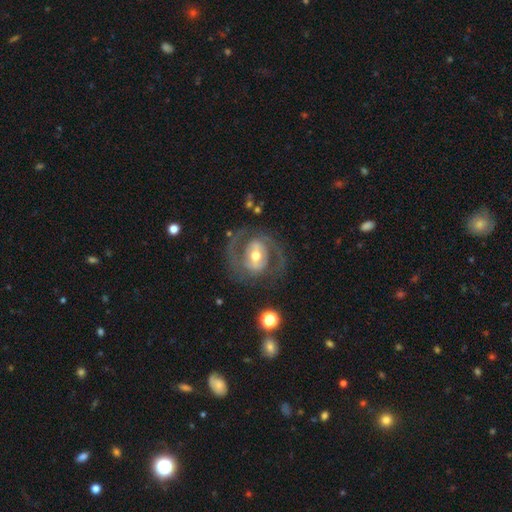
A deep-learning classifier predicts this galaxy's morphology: Smooth or featured? featured or disk (82%)
Edge-on disk? no (97%)
Bar? weak (39%)
Spiral arms? yes (80%)
Spiral winding? medium (50%)
Spiral arm count? 2 (84%)
Bulge size? moderate (68%)
Merging? none (72%)